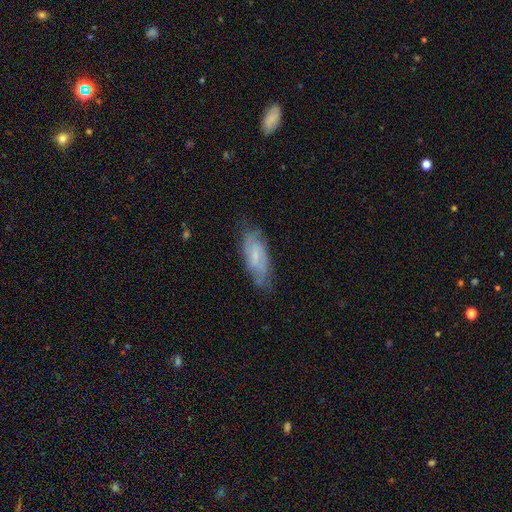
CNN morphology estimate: featured or disk 57%, smooth 35%, star or artifact 8%. Down the decision tree: edge-on disk — no (86%); merging — none (65%).